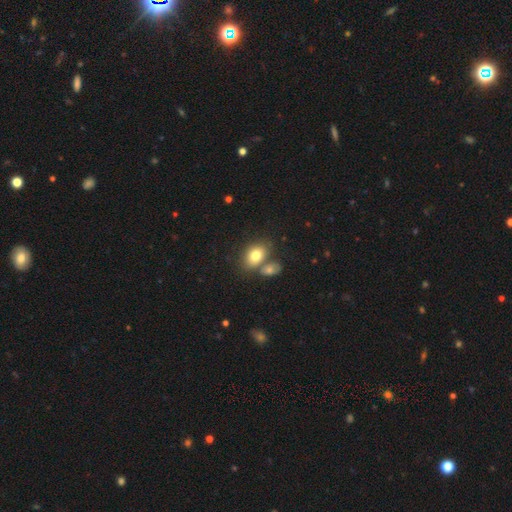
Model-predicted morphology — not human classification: type=smooth (79%); roundness=in between (80%); merging=none (52%).